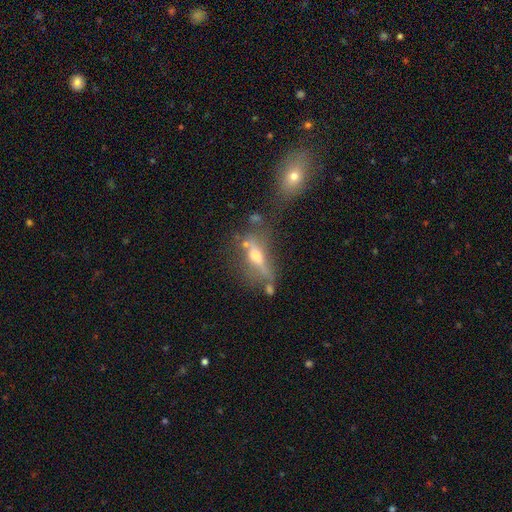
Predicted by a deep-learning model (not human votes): This appears to be a featured or disk galaxy (55%) viewed edge-on (63%). Merging: none (42%).